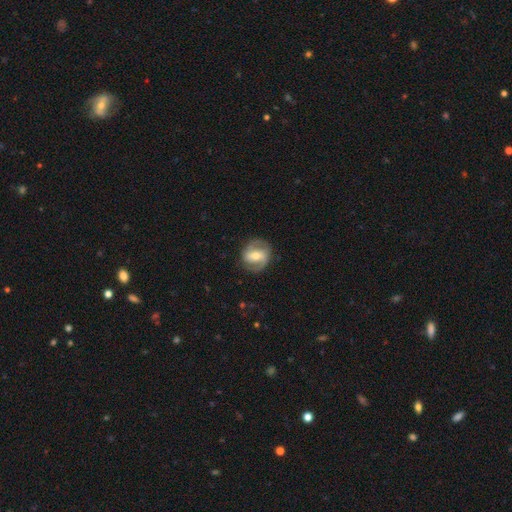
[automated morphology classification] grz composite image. It shows a featured or disk galaxy (79%) with a weak bar (41%), 2 (90%) medium (50%) spiral arms (91%) and a moderate central bulge (58%). Merging: none (84%).